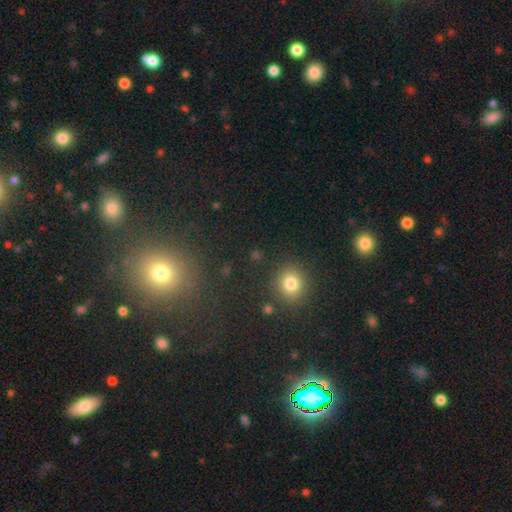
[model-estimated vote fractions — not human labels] Smooth or featured? smooth (71%)
How rounded? round (86%)
Merging? none (89%)